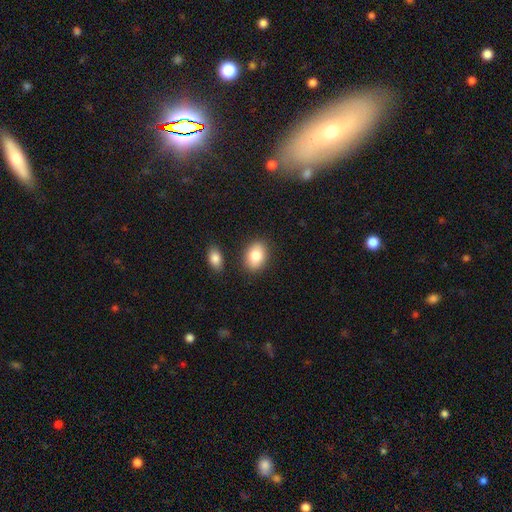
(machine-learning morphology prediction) Smooth or featured? Predicted: smooth (p=0.84). How rounded? Predicted: in between (p=0.80). Merging? Predicted: none (p=0.82).